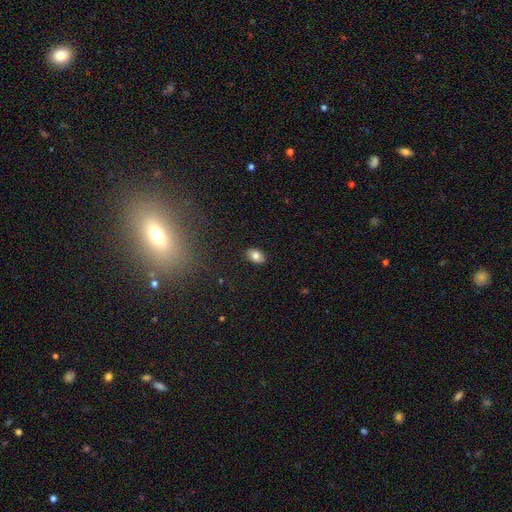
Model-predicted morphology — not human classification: A smooth galaxy with no disk features (82%) that is in between round and cigar-shaped (87%).

Vote fractions:
- Smooth or featured? smooth: 82% / star or artifact: 9% / featured or disk: 8%
- How rounded? in between: 87% / round: 11% / cigar-shaped: 2%
- Merging? none: 88% / minor disturbance: 9% / major disturbance: 2% / merger: 1%